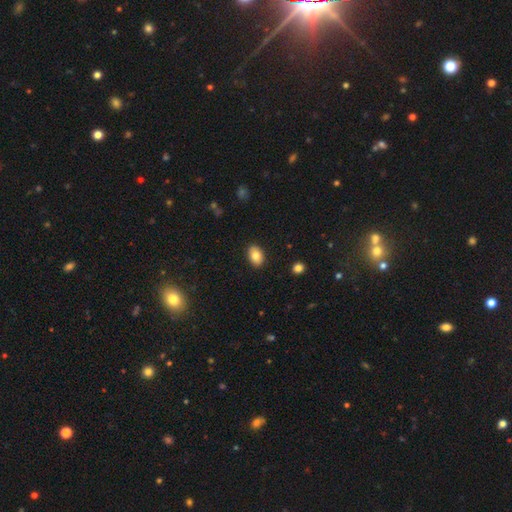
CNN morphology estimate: smooth-or-featured: smooth: 82% | featured or disk: 10% | star or artifact: 8%
  how-rounded: in between: 86% | round: 13% | cigar-shaped: 1%
  merging: none: 89% | minor disturbance: 8% | major disturbance: 2% | merger: 1%